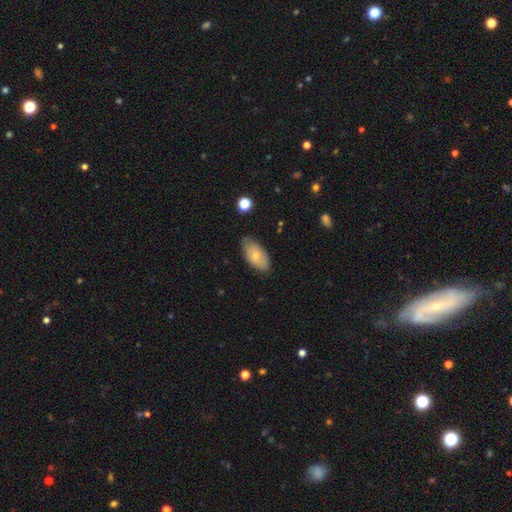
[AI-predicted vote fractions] Morphology: type=smooth (72%); roundness=in between (93%); merging=none (75%).